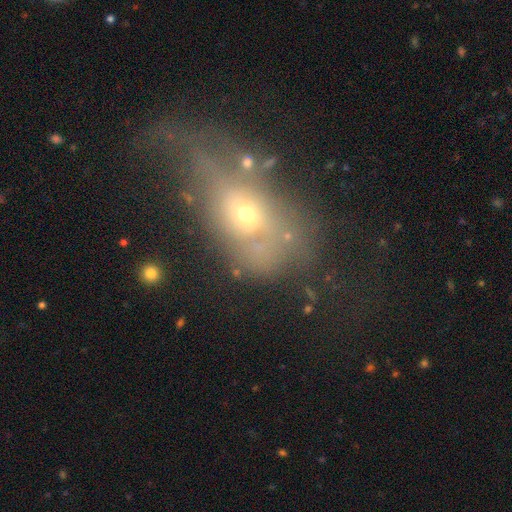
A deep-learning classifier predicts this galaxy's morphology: This appears to be a smooth galaxy with no disk features (48%). Merging: major disturbance (38%).